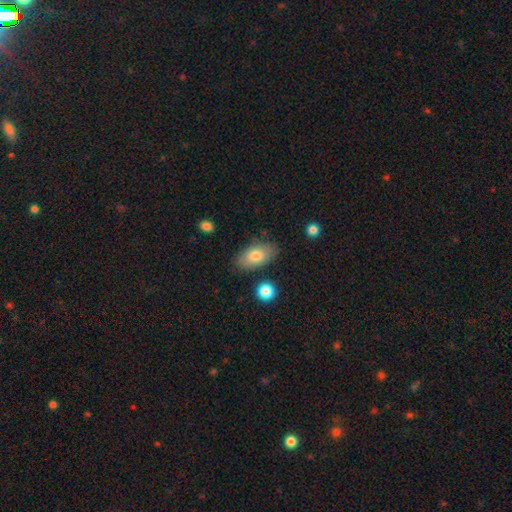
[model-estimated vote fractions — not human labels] Smooth or featured? Predicted: smooth (p=0.78). How rounded? Predicted: in between (p=0.92). Merging? Predicted: none (p=0.77).